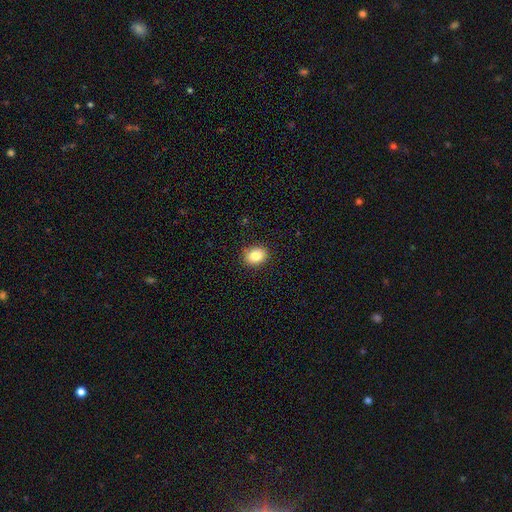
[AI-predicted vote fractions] This appears to be a smooth galaxy with no disk features (86%) that is in between round and cigar-shaped (61%). Merging: none (88%).